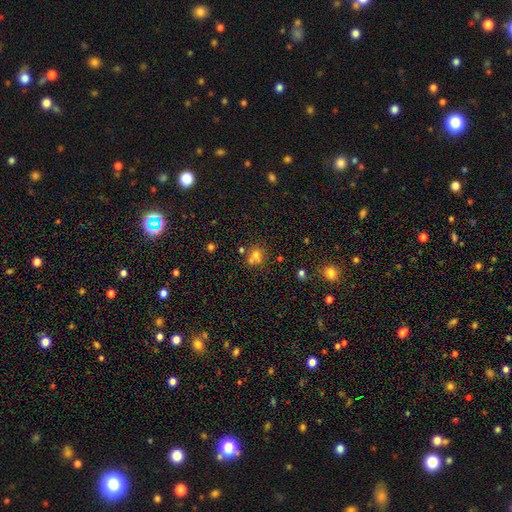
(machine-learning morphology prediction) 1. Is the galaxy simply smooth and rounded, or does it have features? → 66% smooth, 21% star or artifact, 14% featured or disk.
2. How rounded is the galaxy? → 77% round, 22% in between, 1% cigar-shaped.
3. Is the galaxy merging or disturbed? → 50% none, 33% merger, 11% minor disturbance, 5% major disturbance.